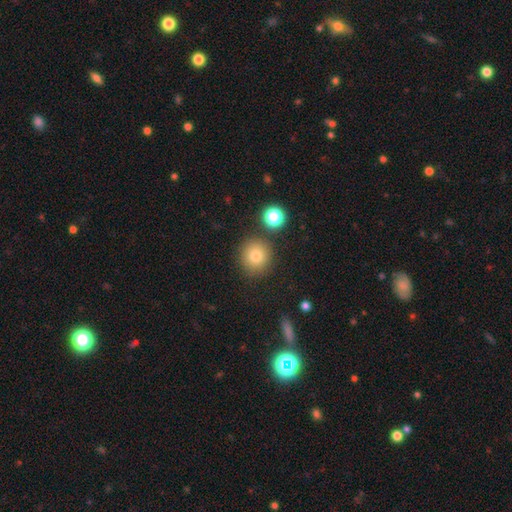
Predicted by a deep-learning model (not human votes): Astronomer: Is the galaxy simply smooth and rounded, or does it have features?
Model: smooth — 80%.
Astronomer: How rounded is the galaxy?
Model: round — 90%.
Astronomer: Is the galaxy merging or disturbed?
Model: none — 83%.